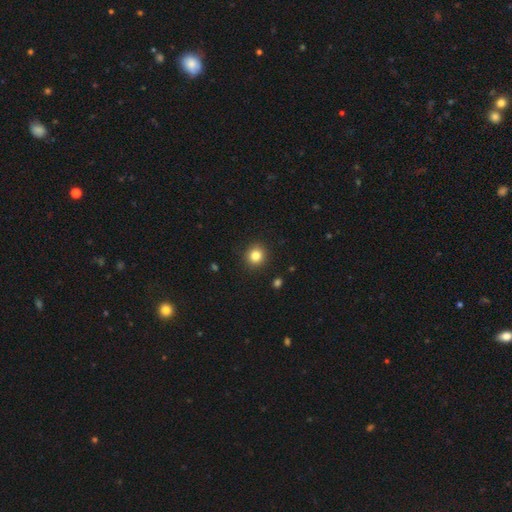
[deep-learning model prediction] This appears to be a smooth galaxy with no disk features (83%) that is round (90%). Merging: none (92%).